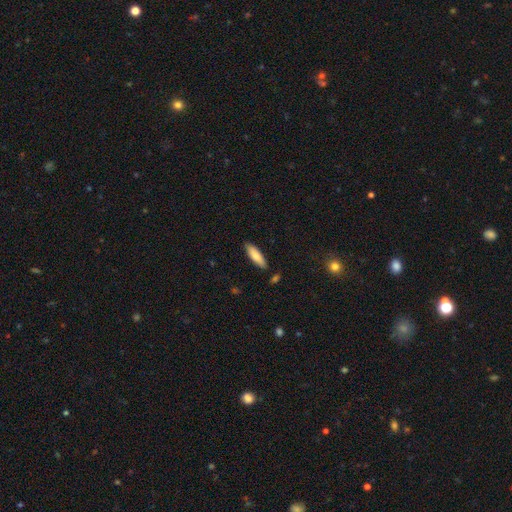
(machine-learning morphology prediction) This is likely a smooth galaxy (79%). How rounded: possibly cigar-shaped (56%). Merging: clearly none (85%).